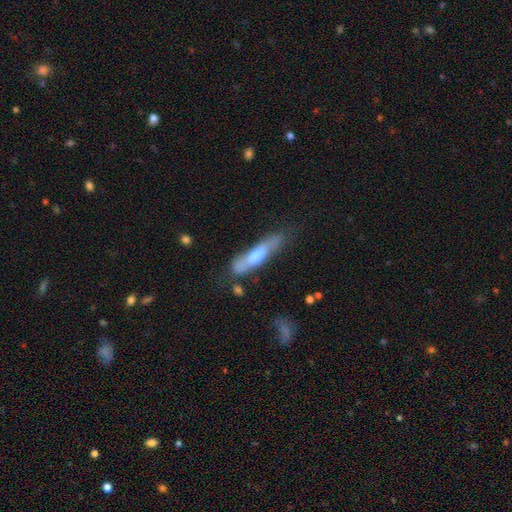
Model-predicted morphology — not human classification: A smooth galaxy with no disk features (57%) that is cigar-shaped (79%). Merging: none (50%).